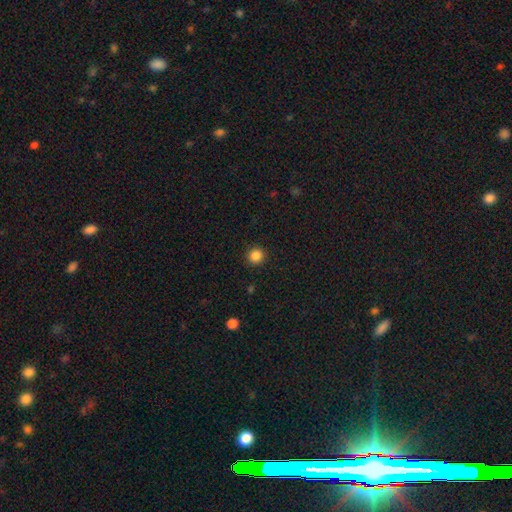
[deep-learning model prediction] Smooth or featured? smooth (86%)
How rounded? round (94%)
Merging? none (93%)